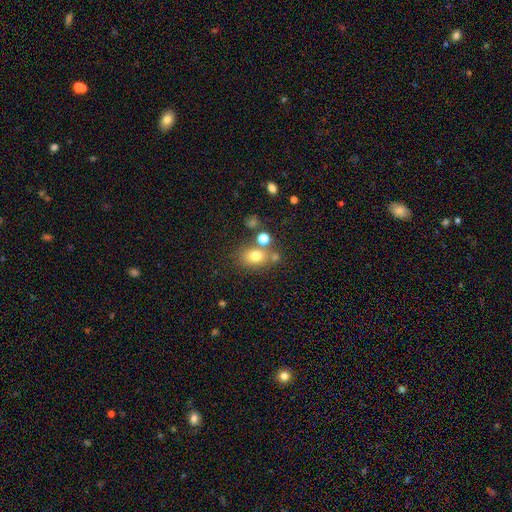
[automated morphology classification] A smooth galaxy with no disk features (74%) that is in between round and cigar-shaped (54%).

Vote fractions:
- Smooth or featured? smooth: 74% / star or artifact: 14% / featured or disk: 12%
- How rounded? in between: 54% / round: 45% / cigar-shaped: 1%
- Merging? none: 64% / merger: 17% / minor disturbance: 13% / major disturbance: 5%